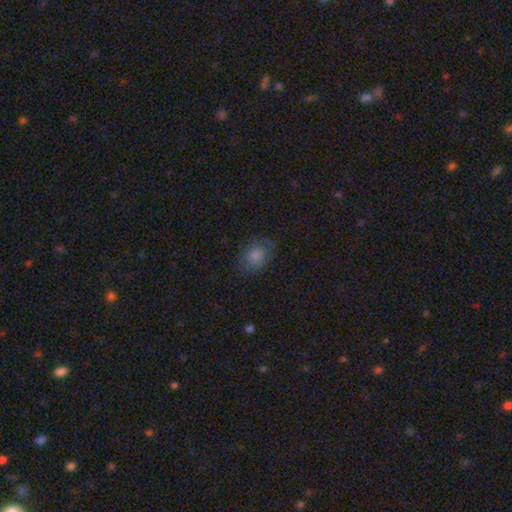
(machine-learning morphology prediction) smooth_or_featured: smooth (p=0.81) [alt: star or artifact p=0.11]
how_rounded: in between (p=0.60) [alt: round p=0.39]
merging: none (p=0.70) [alt: minor disturbance p=0.21]